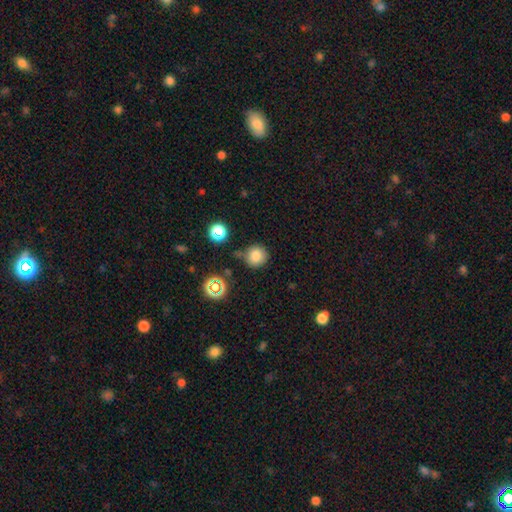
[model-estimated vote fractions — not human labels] This appears to be a smooth galaxy with no disk features (79%) that is round (90%). Merging: none (70%).